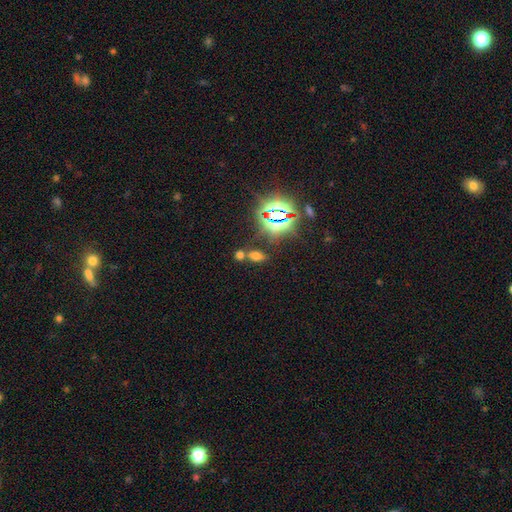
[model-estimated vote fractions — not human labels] Smooth or featured?
  - smooth: 51% *
  - star or artifact: 39%
  - featured or disk: 9%
How rounded?
  - in between: 83% *
  - round: 11%
  - cigar-shaped: 7%
Merging?
  - none: 58% *
  - merger: 29%
  - minor disturbance: 9%
  - major disturbance: 4%